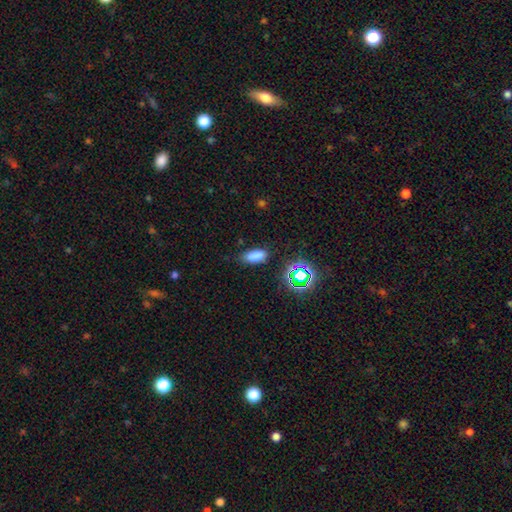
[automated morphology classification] The model was most divided on "smooth or featured": smooth: 76%, star or artifact: 18%, featured or disk: 6%. More confident: how rounded — in between (83%); merging — none (77%).